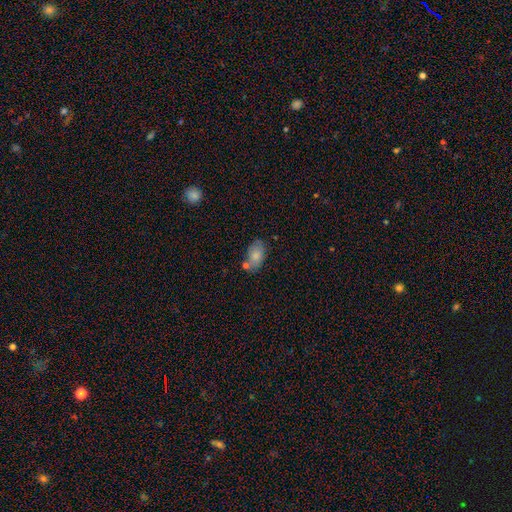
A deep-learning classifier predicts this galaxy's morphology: smooth 78%, featured or disk 14%, star or artifact 7%. Down the decision tree: how rounded — in between (91%); merging — none (58%).